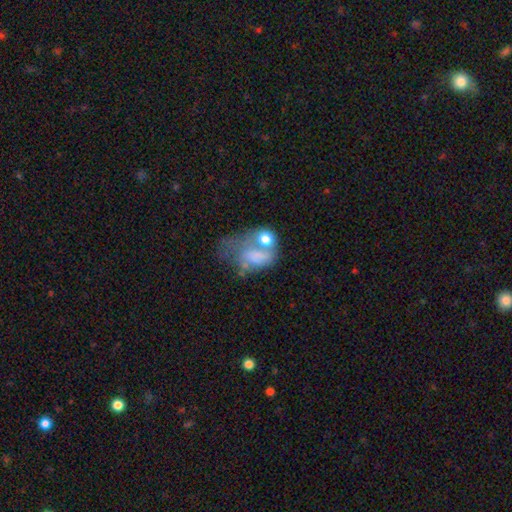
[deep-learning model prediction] smooth_or_featured: smooth (p=0.58) [alt: featured or disk p=0.30]
how_rounded: in between (p=0.73) [alt: round p=0.25]
merging: merger (p=0.37) [alt: major disturbance p=0.35]